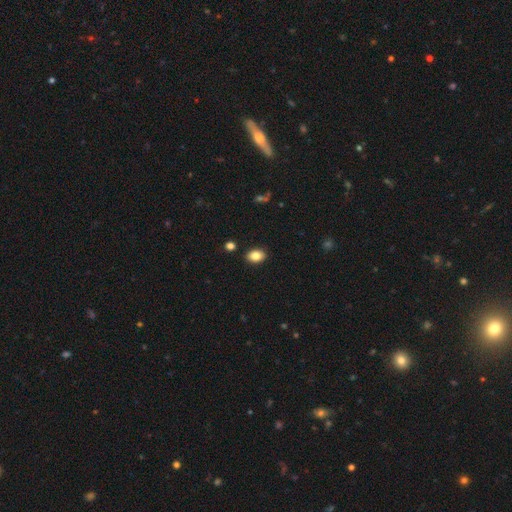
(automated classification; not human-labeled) Smooth or featured: smooth — 84% (star or artifact — 9%)
How rounded: in between — 76% (round — 23%)
Merging: none — 89% (minor disturbance — 7%)